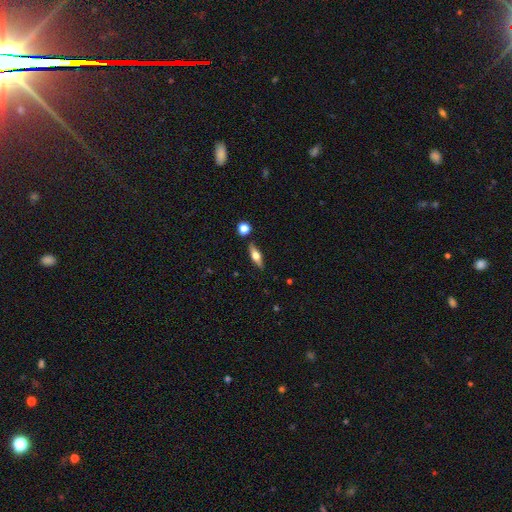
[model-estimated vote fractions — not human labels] smooth 47%, featured or disk 45%, star or artifact 7%. Down the decision tree: merging — none (84%).